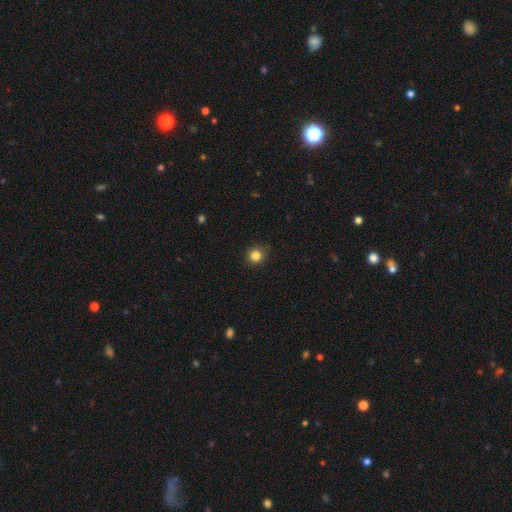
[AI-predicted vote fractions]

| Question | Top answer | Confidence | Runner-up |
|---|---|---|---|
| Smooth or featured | smooth | 84% | star or artifact (12%) |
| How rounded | round | 92% | in between (7%) |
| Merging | none | 88% | minor disturbance (9%) |